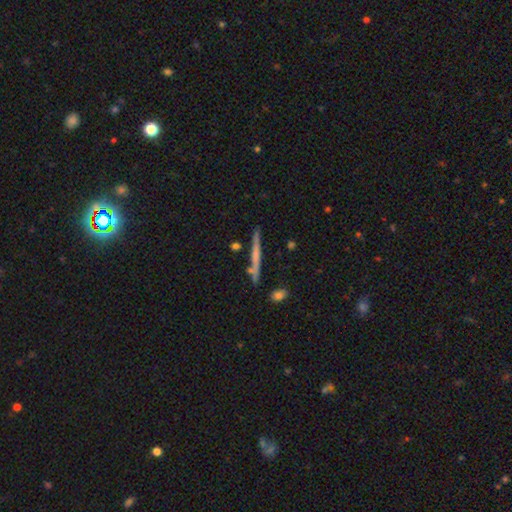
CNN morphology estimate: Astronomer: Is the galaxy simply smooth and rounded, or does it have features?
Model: featured or disk — 47% (runner-up: smooth, 46%).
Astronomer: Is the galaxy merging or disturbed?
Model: none — 81%.